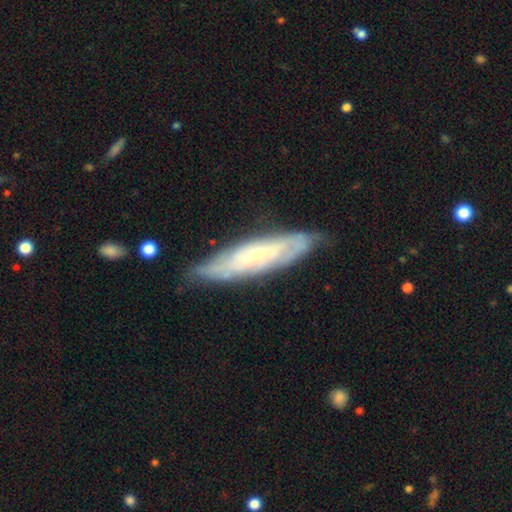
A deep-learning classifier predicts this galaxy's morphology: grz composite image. It shows a featured or disk galaxy (68%). Merging: none (74%).